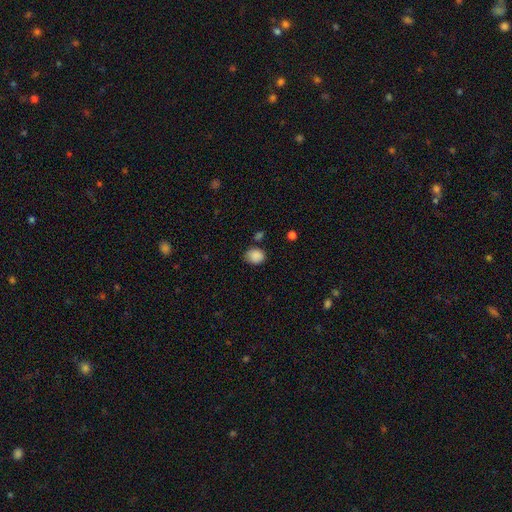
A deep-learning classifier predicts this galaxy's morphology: smooth 87%, star or artifact 9%, featured or disk 3%. Down the decision tree: how rounded — round (57%); merging — none (74%).